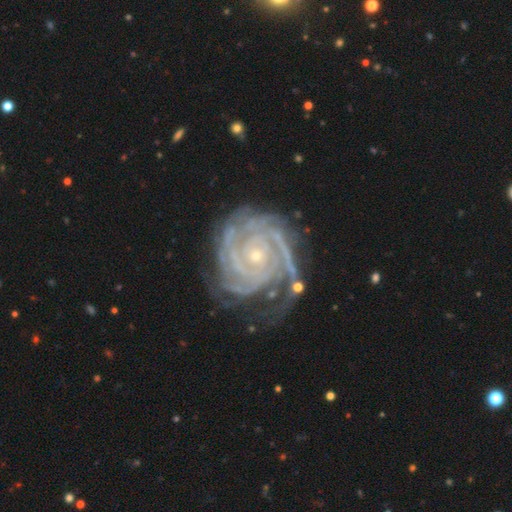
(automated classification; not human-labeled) The model was most divided on "spiral arm count": 3: 27%, 4: 26%, 2: 17%, can't tell: 14%, more than 4: 10%, 1: 7%. More confident: spiral arms — yes (98%); edge-on disk — no (98%); smooth or featured — featured or disk (92%); spiral winding — tight (82%); bulge size — small (79%); bar — no (74%); merging — none (63%).